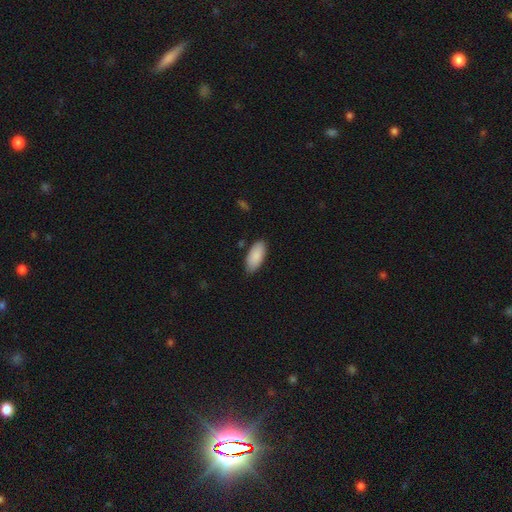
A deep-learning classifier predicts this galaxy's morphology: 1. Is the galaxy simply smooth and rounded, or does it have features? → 89% smooth, 6% star or artifact, 5% featured or disk.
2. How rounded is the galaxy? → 90% in between, 9% cigar-shaped, 2% round.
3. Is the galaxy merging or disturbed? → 83% none, 13% minor disturbance, 2% major disturbance, 2% merger.